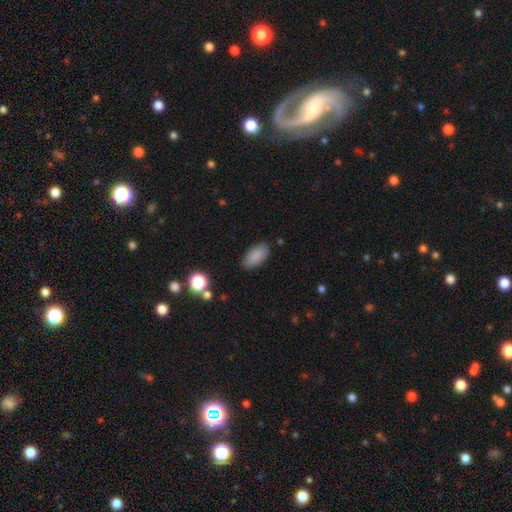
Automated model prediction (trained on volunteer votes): Overall: smooth (87%). How rounded: in between (92%). Merging: none (86%).